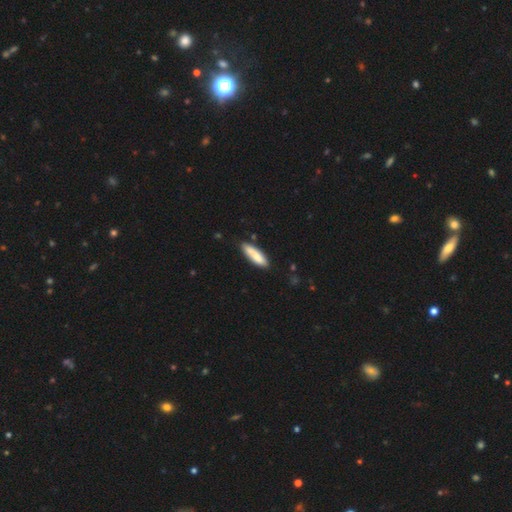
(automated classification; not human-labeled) Smooth or featured: smooth — 79% (featured or disk — 16%)
How rounded: cigar-shaped — 61% (in between — 37%)
Merging: none — 81% (minor disturbance — 14%)